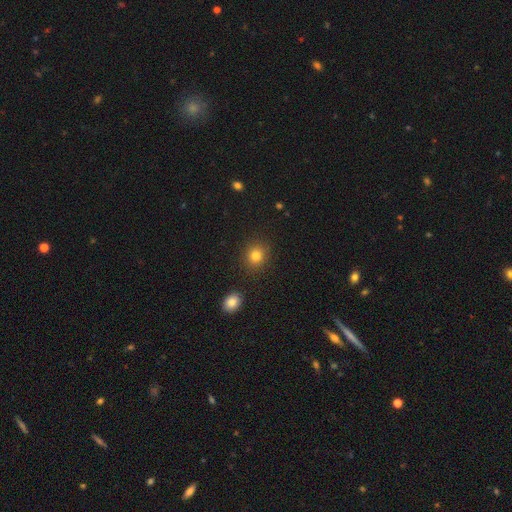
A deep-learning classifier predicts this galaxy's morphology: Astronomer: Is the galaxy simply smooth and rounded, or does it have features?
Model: smooth — 82%.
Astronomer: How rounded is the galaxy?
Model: round — 83%.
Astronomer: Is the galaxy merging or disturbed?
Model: none — 88%.